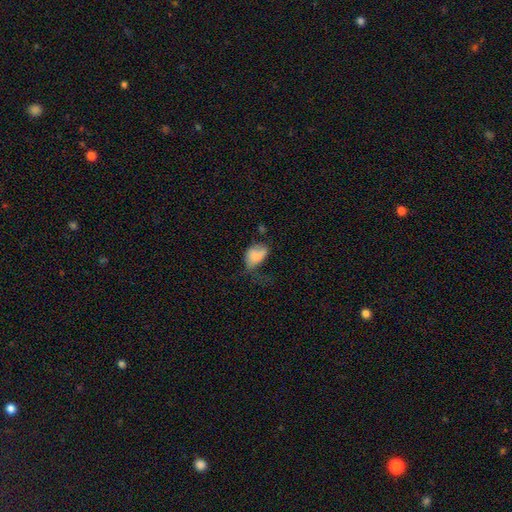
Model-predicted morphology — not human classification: Smooth or featured? Predicted: smooth (p=0.74). How rounded? Predicted: in between (p=0.83). Merging? Predicted: major disturbance (p=0.43).